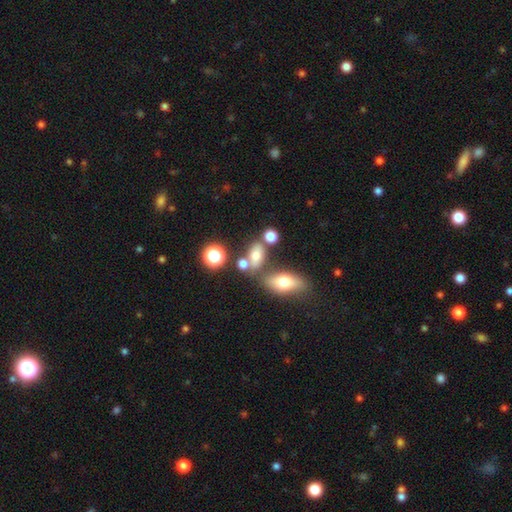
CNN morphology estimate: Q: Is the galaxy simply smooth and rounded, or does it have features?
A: smooth — 66%.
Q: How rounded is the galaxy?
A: in between — 76%.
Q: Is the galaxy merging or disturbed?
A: none — 52%.